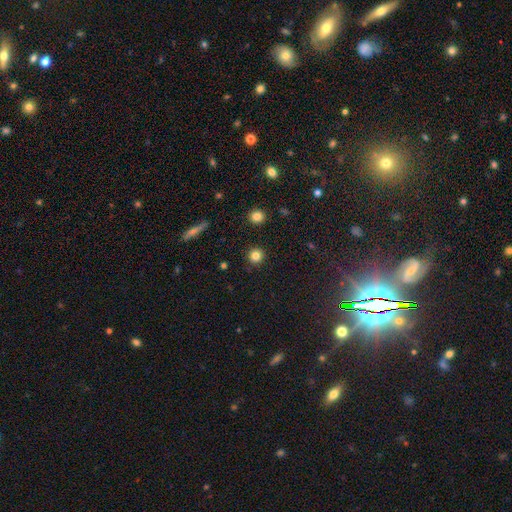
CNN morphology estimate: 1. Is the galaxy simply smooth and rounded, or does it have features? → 83% smooth, 12% star or artifact, 6% featured or disk.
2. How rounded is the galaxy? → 94% round, 5% in between, 1% cigar-shaped.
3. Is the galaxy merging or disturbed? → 92% none, 5% minor disturbance, 2% major disturbance, 1% merger.